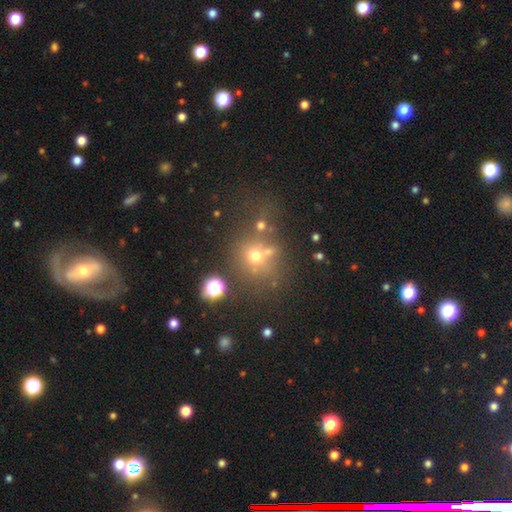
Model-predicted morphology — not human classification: Smooth or featured: smooth — 58% (star or artifact — 26%)
How rounded: round — 81% (in between — 18%)
Merging: none — 58% (merger — 20%)